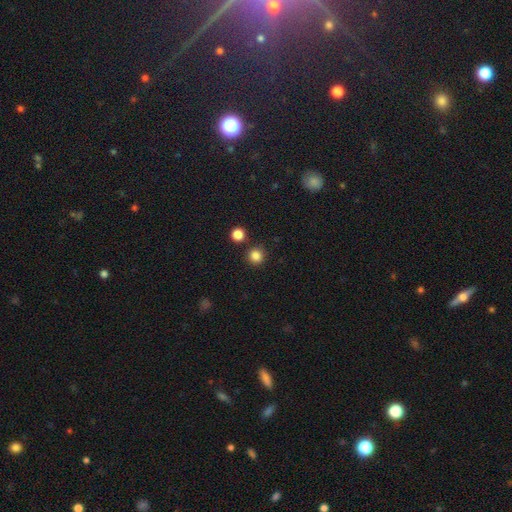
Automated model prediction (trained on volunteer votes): Smooth or featured: smooth — 84% (star or artifact — 12%)
How rounded: round — 93% (in between — 6%)
Merging: none — 86% (minor disturbance — 6%)